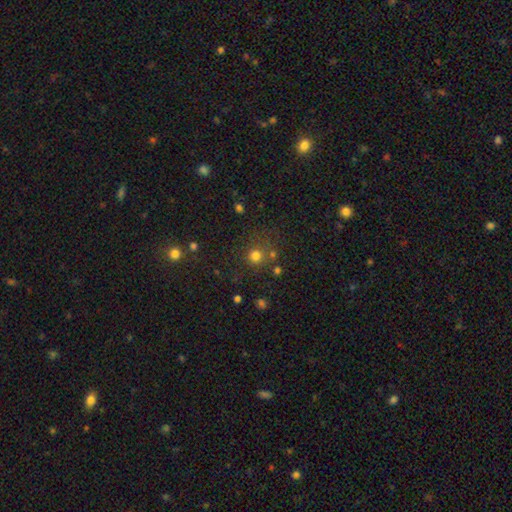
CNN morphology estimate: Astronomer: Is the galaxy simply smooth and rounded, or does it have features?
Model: smooth — 74%.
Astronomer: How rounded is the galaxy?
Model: round — 91%.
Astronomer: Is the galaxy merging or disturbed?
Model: none — 72%.